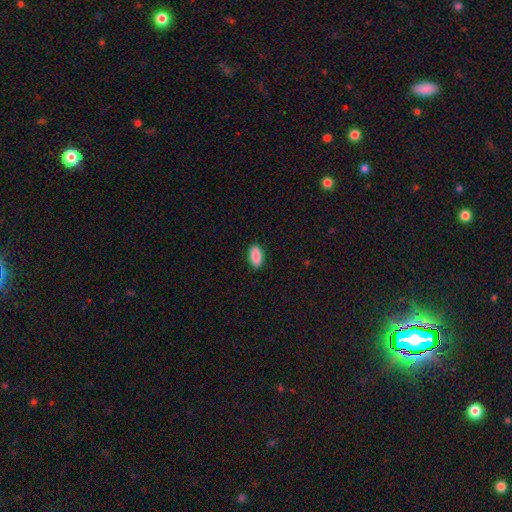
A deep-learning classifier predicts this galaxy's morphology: Smooth or featured? smooth (89%)
How rounded? in between (87%)
Merging? none (89%)